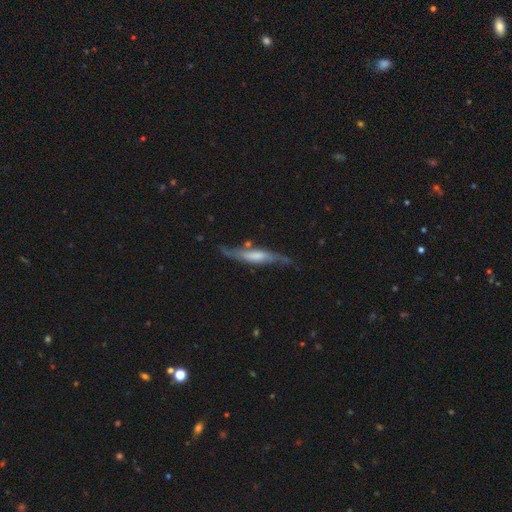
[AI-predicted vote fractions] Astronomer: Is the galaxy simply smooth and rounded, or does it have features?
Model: featured or disk — 60%.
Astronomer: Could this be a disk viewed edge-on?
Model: yes — 57% (runner-up: no, 43%).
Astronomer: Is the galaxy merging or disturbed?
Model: none — 60%.